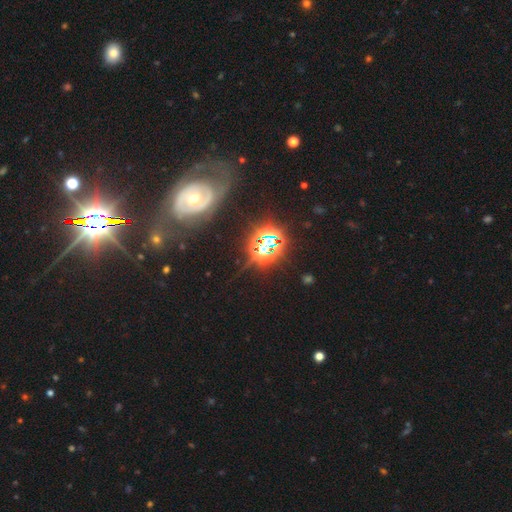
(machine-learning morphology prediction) Smooth or featured? Predicted: star or artifact (p=0.44).